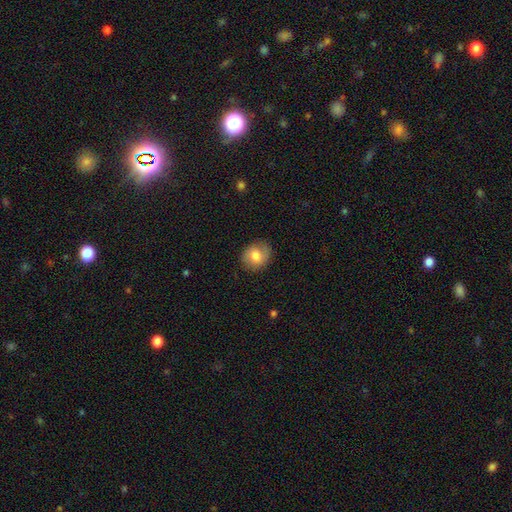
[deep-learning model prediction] Smooth or featured: smooth — 74% (featured or disk — 18%)
How rounded: round — 65% (in between — 34%)
Merging: none — 83% (minor disturbance — 13%)